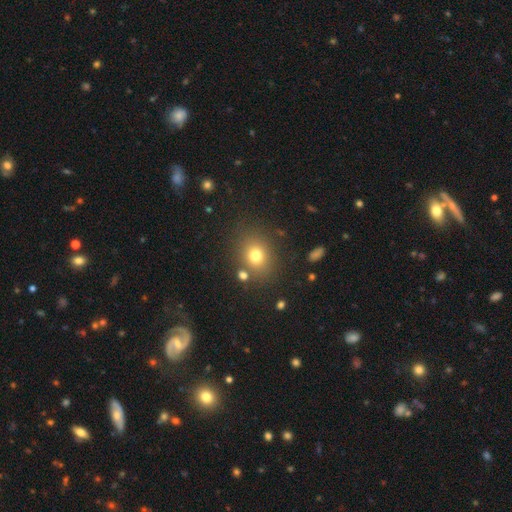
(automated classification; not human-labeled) A smooth galaxy with no disk features (75%) that is round (62%).

Vote fractions:
- Smooth or featured? smooth: 75% / star or artifact: 15% / featured or disk: 10%
- How rounded? round: 62% / in between: 37% / cigar-shaped: 1%
- Merging? none: 79% / minor disturbance: 10% / merger: 7% / major disturbance: 4%